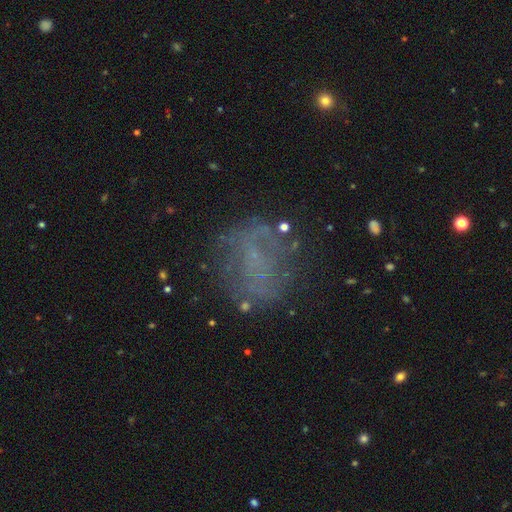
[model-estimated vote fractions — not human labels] A featured or disk galaxy (46%). Merging: none (66%).